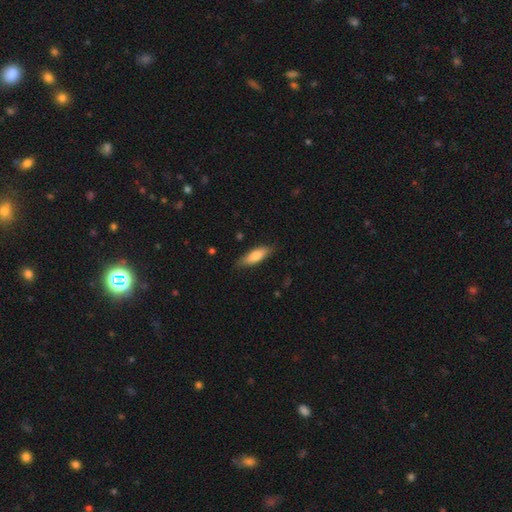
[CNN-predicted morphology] Smooth or featured? Predicted: smooth (p=0.76). How rounded? Predicted: in between (p=0.57). Merging? Predicted: none (p=0.81).